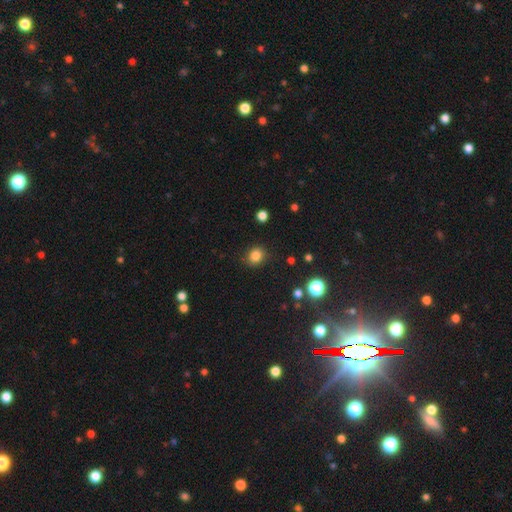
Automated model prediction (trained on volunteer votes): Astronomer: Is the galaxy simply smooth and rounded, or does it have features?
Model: smooth — 83%.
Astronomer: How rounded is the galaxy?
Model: round — 75%.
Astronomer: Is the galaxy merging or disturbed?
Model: none — 87%.